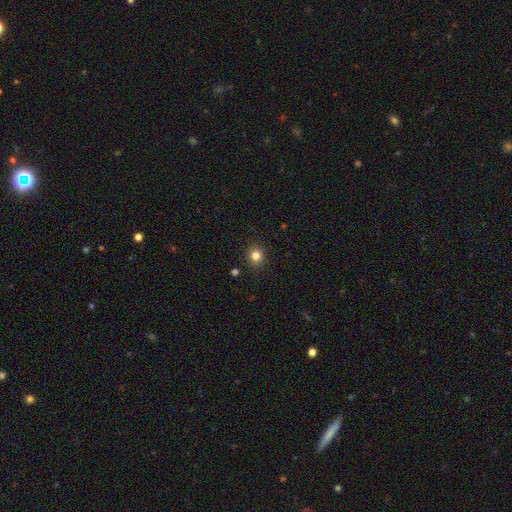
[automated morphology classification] Overall: smooth (82%). How rounded: round (87%). Merging: none (90%).